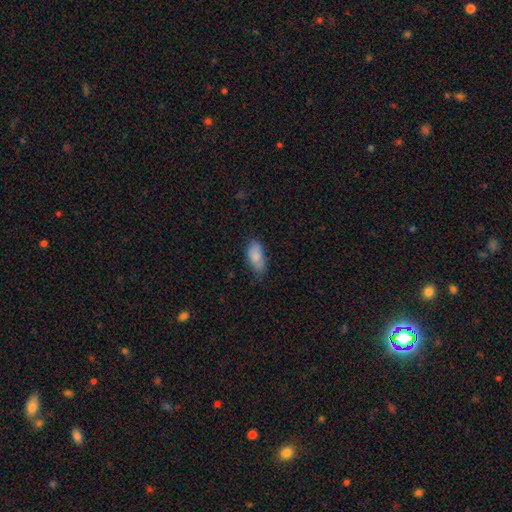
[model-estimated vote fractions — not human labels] smooth 85%, featured or disk 8%, star or artifact 7%. Down the decision tree: how rounded — in between (90%); merging — none (61%).